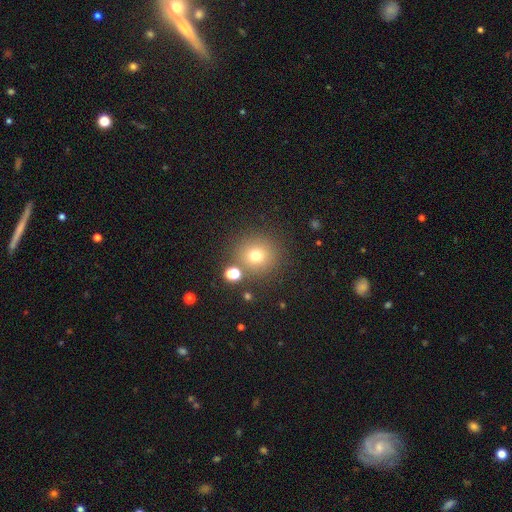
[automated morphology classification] type=smooth (73%); roundness=round (92%); merging=none (81%).